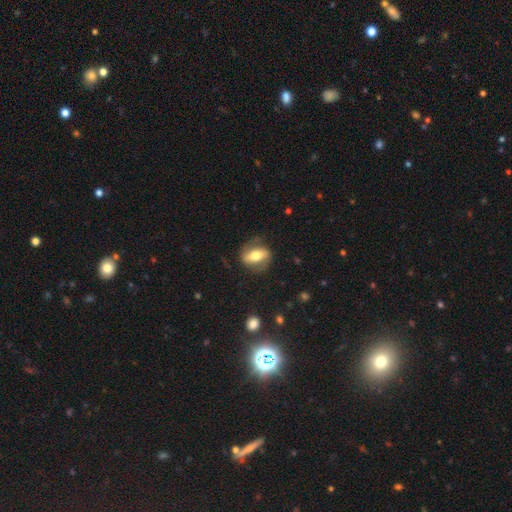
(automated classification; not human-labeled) smooth_or_featured: featured or disk (p=0.50) [alt: smooth p=0.44]
disk_edge_on: no (p=0.85) [alt: yes p=0.15]
merging: none (p=0.75) [alt: minor disturbance p=0.16]